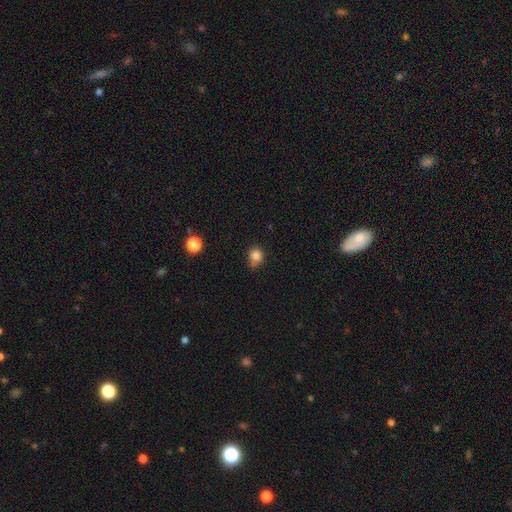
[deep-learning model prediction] Q: Smooth or featured?
A: smooth (82%); runner-up: star or artifact (12%)
Q: How rounded?
A: round (74%); runner-up: in between (25%)
Q: Merging?
A: none (57%); runner-up: minor disturbance (33%)